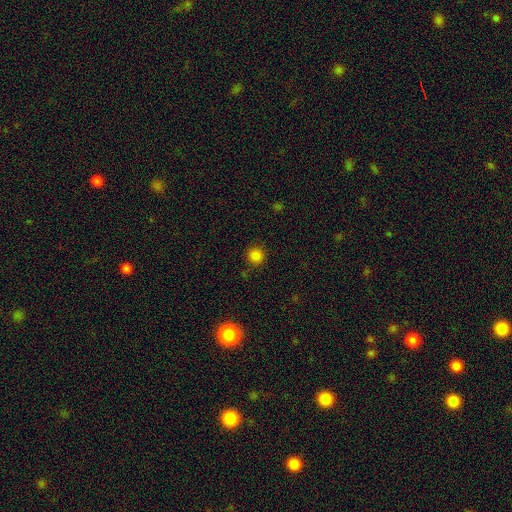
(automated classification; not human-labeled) smooth 82%, star or artifact 14%, featured or disk 3%. Down the decision tree: how rounded — round (94%); merging — none (89%).